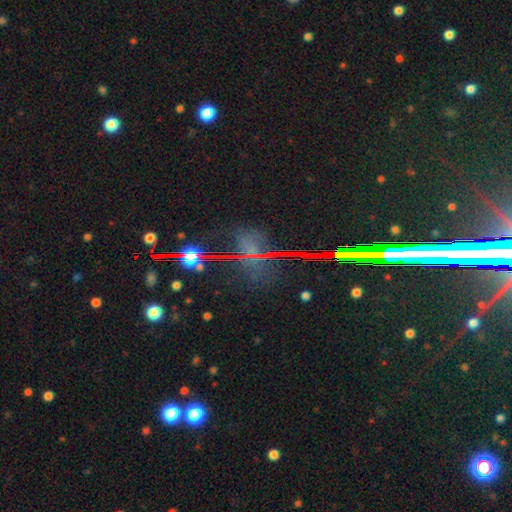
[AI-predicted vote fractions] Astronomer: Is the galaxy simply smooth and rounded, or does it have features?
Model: star or artifact — 64%.